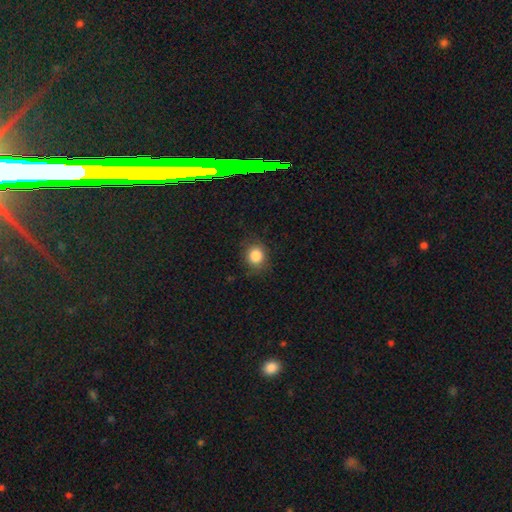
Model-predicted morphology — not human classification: Q: Smooth or featured?
A: smooth (85%); runner-up: star or artifact (10%)
Q: How rounded?
A: round (80%); runner-up: in between (19%)
Q: Merging?
A: none (84%); runner-up: minor disturbance (11%)